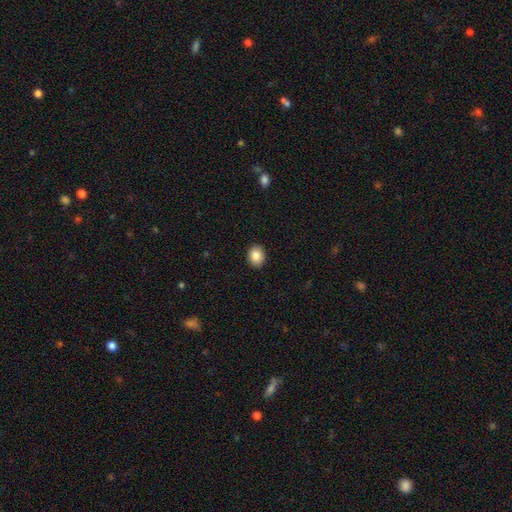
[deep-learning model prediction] This appears to be a smooth galaxy with no disk features (85%) that is round (51%). Merging: none (91%).